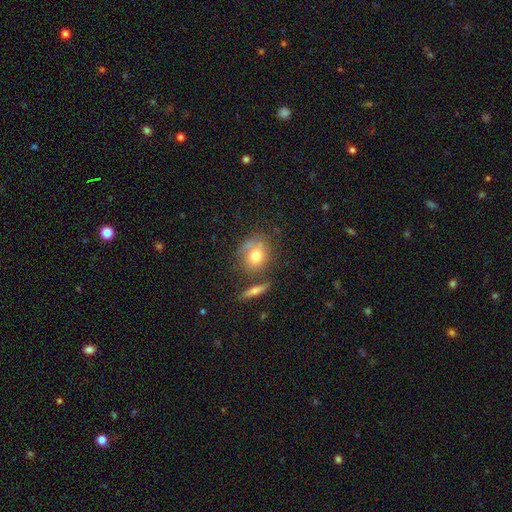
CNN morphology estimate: smooth 70%, featured or disk 22%, star or artifact 9%. Down the decision tree: how rounded — round (61%); merging — none (56%).